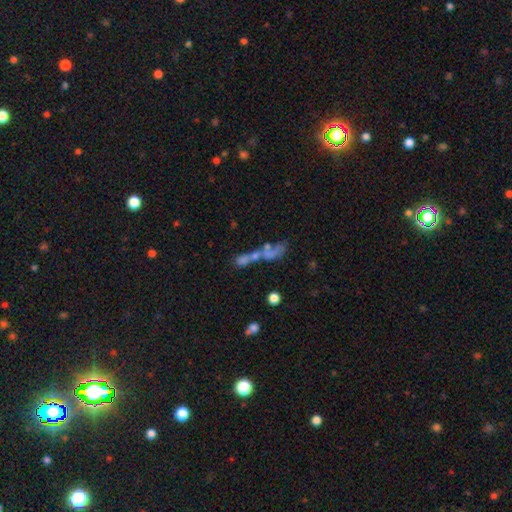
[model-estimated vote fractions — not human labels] Morphology: type=featured or disk (39%, tied with smooth); merging=merger (45%).